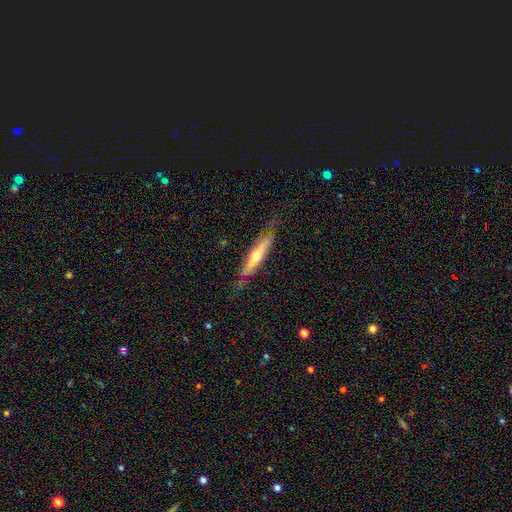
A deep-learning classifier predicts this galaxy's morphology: A featured or disk galaxy (53%) viewed edge-on (78%). Merging: none (71%).